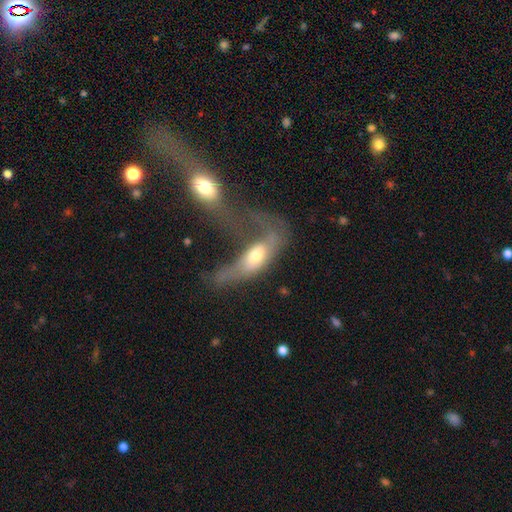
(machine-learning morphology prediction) Smooth or featured? featured or disk (48%)
Merging? merger (55%)